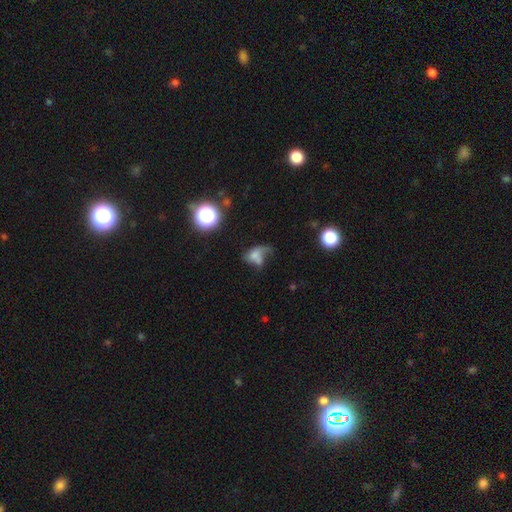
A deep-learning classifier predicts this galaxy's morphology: Smooth or featured?
  - smooth: 51% *
  - featured or disk: 31%
  - star or artifact: 18%
How rounded?
  - in between: 70% *
  - round: 27%
  - cigar-shaped: 3%
Merging?
  - major disturbance: 40% *
  - none: 22%
  - minor disturbance: 21%
  - merger: 17%